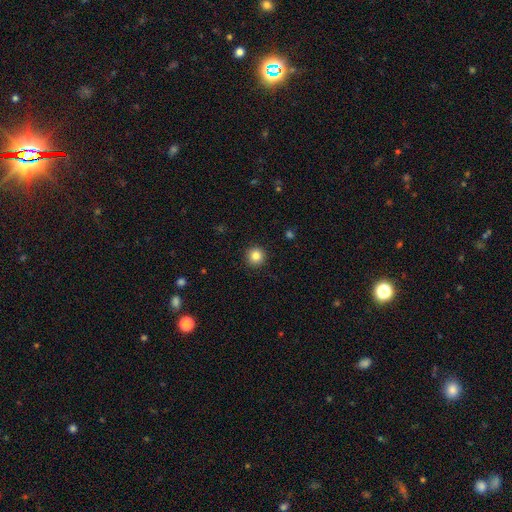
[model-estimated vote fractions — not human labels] A smooth galaxy with no disk features (84%) that is round (95%). Merging: none (92%).